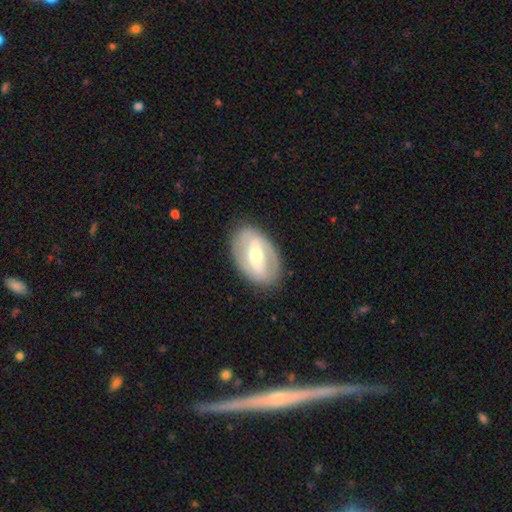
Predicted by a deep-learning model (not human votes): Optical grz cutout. It shows a featured or disk galaxy (73%) with a strong bar (54%), spiral arms (60%) and a moderate central bulge (64%). Merging: none (83%).